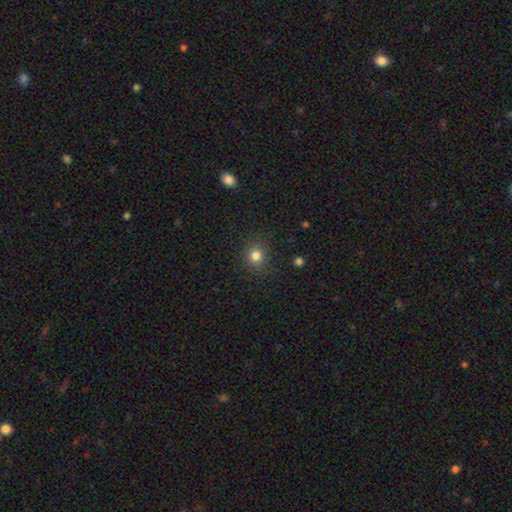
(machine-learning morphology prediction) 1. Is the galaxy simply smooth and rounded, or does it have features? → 80% smooth, 14% star or artifact, 5% featured or disk.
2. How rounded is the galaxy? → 87% round, 12% in between, 1% cigar-shaped.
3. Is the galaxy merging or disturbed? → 87% none, 8% minor disturbance, 3% major disturbance, 1% merger.